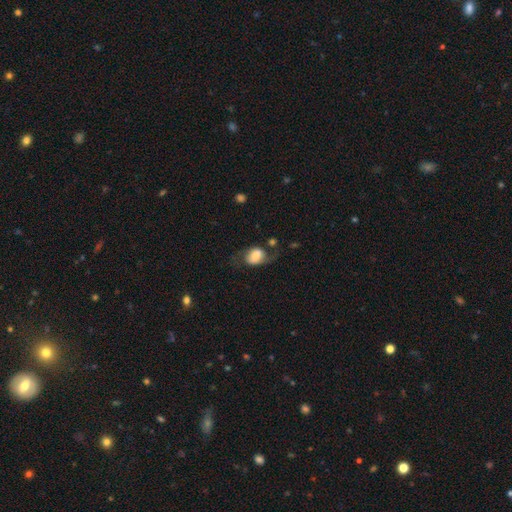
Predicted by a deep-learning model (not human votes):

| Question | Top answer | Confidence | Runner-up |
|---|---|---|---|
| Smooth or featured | smooth | 54% | featured or disk (39%) |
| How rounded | in between | 67% | round (31%) |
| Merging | none | 42% | major disturbance (28%) |